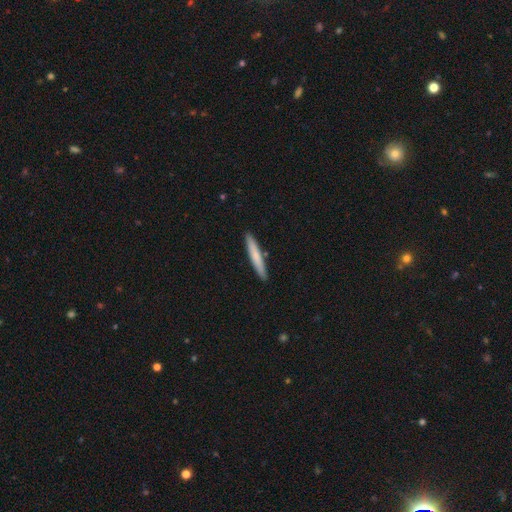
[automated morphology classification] smooth-or-featured: smooth: 73% | featured or disk: 22% | star or artifact: 5%
  how-rounded: cigar-shaped: 95% | in between: 4% | round: 1%
  merging: none: 89% | minor disturbance: 7% | merger: 2% | major disturbance: 1%